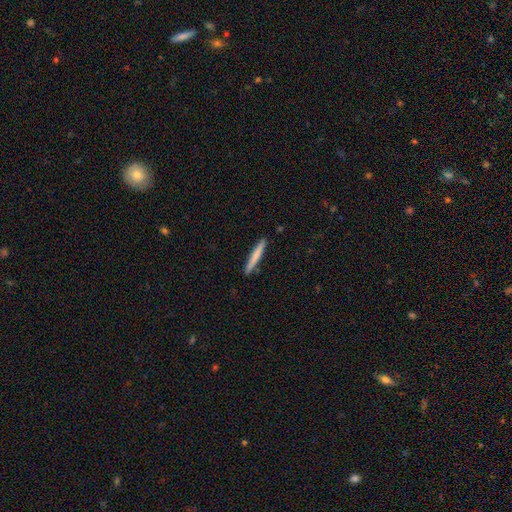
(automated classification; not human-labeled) smooth-or-featured: smooth: 72% | featured or disk: 23% | star or artifact: 5%
  how-rounded: cigar-shaped: 96% | in between: 3% | round: 1%
  merging: none: 90% | minor disturbance: 7% | merger: 1% | major disturbance: 1%